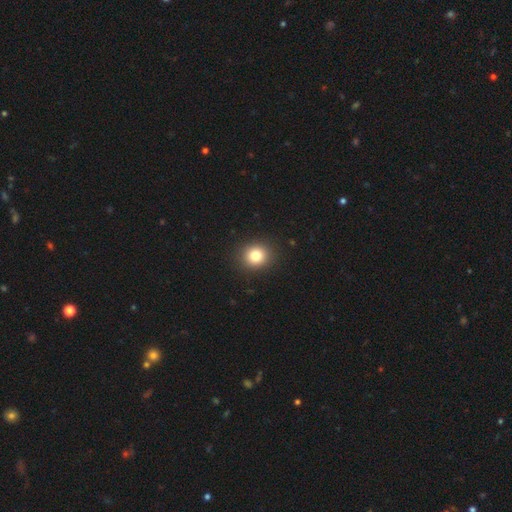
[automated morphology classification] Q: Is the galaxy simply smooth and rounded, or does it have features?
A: smooth — 82%.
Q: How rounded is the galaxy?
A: round — 80%.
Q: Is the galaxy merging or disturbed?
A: none — 91%.